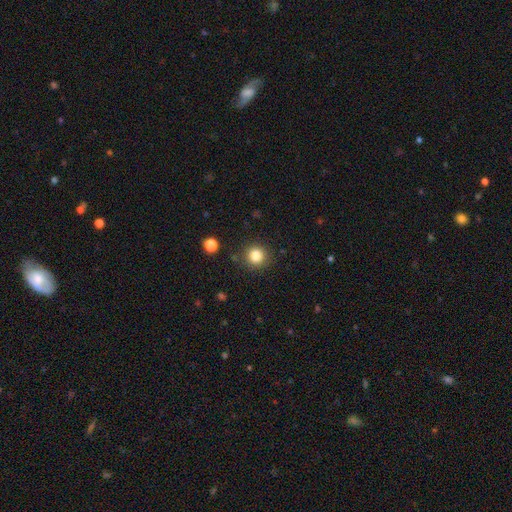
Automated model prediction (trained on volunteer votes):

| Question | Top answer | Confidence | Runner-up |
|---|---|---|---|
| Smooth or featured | smooth | 83% | star or artifact (12%) |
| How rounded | round | 93% | in between (6%) |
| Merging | none | 88% | minor disturbance (7%) |